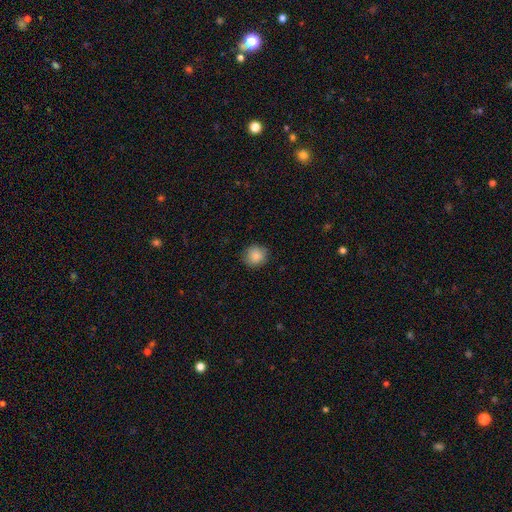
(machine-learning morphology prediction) A smooth galaxy with no disk features (86%) that is round (89%).

Vote fractions:
- Smooth or featured? smooth: 86% / star or artifact: 9% / featured or disk: 5%
- How rounded? round: 89% / in between: 10% / cigar-shaped: 1%
- Merging? none: 87% / minor disturbance: 10% / major disturbance: 2% / merger: 1%